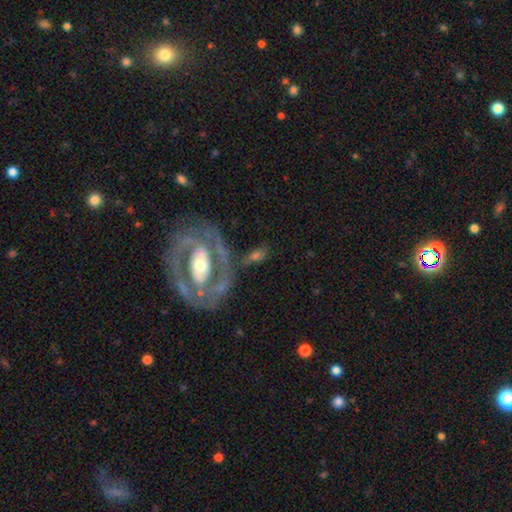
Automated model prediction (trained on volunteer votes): Smooth or featured?
  - featured or disk: 67% *
  - smooth: 27%
  - star or artifact: 7%
Edge-on disk?
  - no: 89% *
  - yes: 11%
Bar?
  - no: 52% *
  - weak: 25%
  - strong: 24%
Spiral arms?
  - yes: 55% *
  - no: 45%
Bulge size?
  - moderate: 64% *
  - small: 19%
  - large: 13%
  - dominant: 2%
  - none: 2%
Merging?
  - none: 65% *
  - minor disturbance: 16%
  - major disturbance: 12%
  - merger: 7%